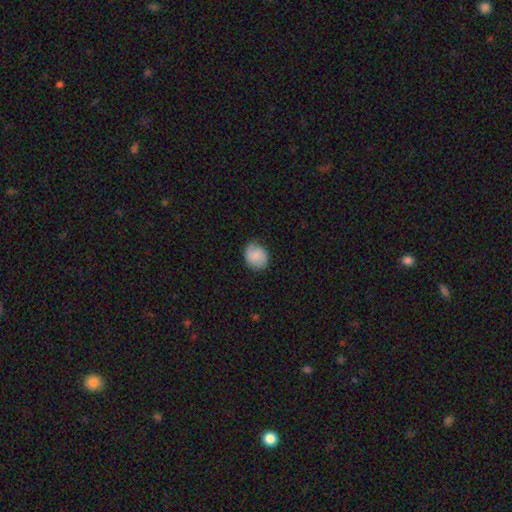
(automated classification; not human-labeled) A smooth galaxy with no disk features (75%) that is round (64%). Merging: none (78%).